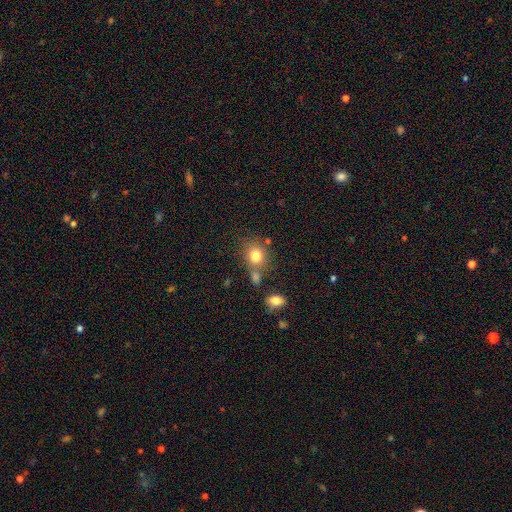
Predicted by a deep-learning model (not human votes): smooth 79%, star or artifact 11%, featured or disk 9%. Down the decision tree: how rounded — round (63%); merging — none (60%).